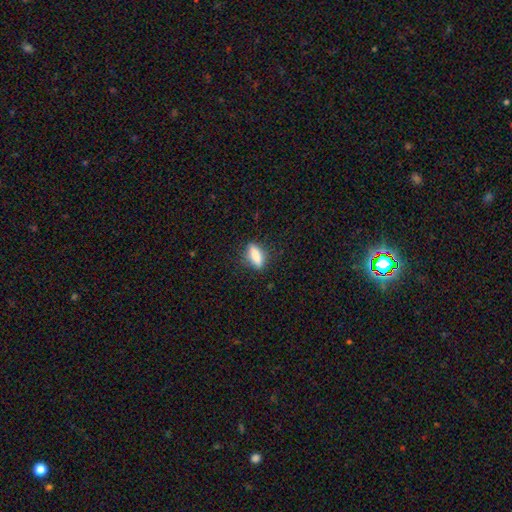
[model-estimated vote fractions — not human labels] This is clearly a smooth galaxy (80%). How rounded: possibly in between (57%). Merging: clearly none (81%).